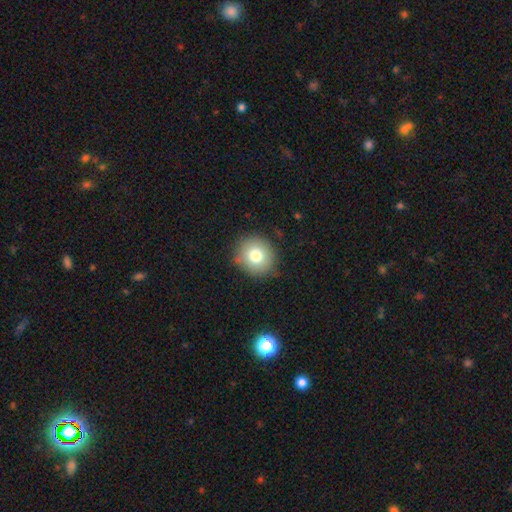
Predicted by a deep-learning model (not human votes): Smooth or featured: smooth — 77% (featured or disk — 12%)
How rounded: round — 89% (in between — 10%)
Merging: none — 86% (minor disturbance — 10%)